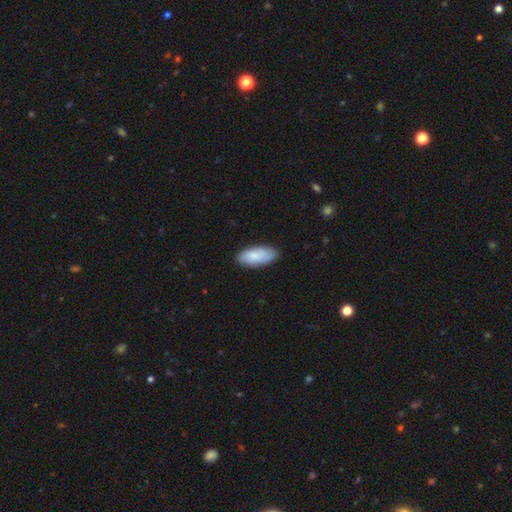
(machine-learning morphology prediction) This is clearly a smooth galaxy (85%). How rounded: clearly in between (89%). Merging: clearly none (83%).